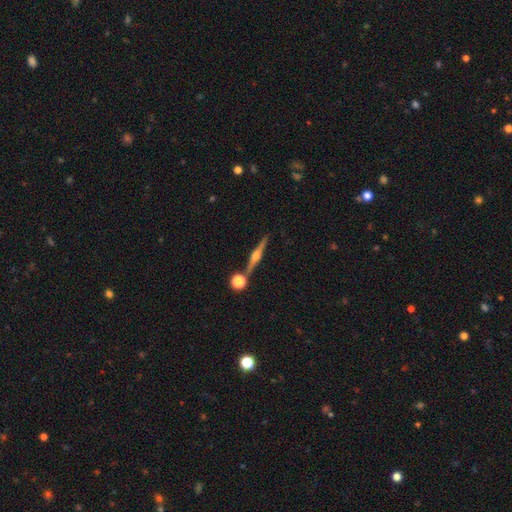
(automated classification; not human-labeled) Smooth or featured? featured or disk (81%)
Edge-on disk? yes (98%)
Edge-on bulge? rounded (90%)
Merging? none (84%)